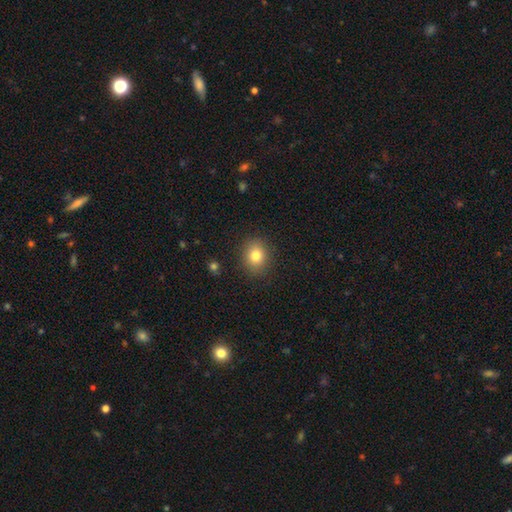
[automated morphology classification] A smooth galaxy with no disk features (80%) that is round (68%).

Vote fractions:
- Smooth or featured? smooth: 80% / star or artifact: 11% / featured or disk: 9%
- How rounded? round: 68% / in between: 31% / cigar-shaped: 1%
- Merging? none: 89% / minor disturbance: 8% / major disturbance: 3% / merger: 1%